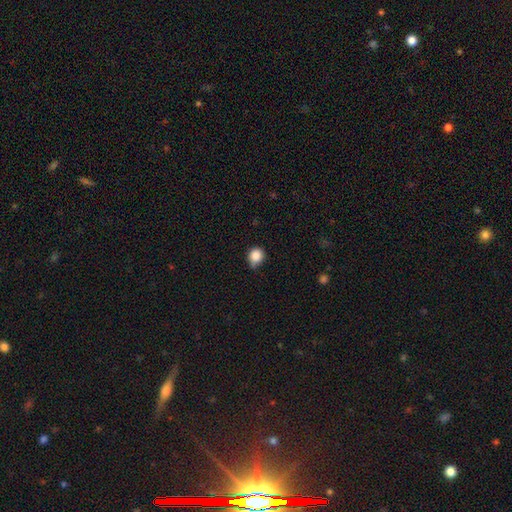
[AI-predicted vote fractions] A smooth galaxy with no disk features (86%) that is round (82%). Merging: none (59%).